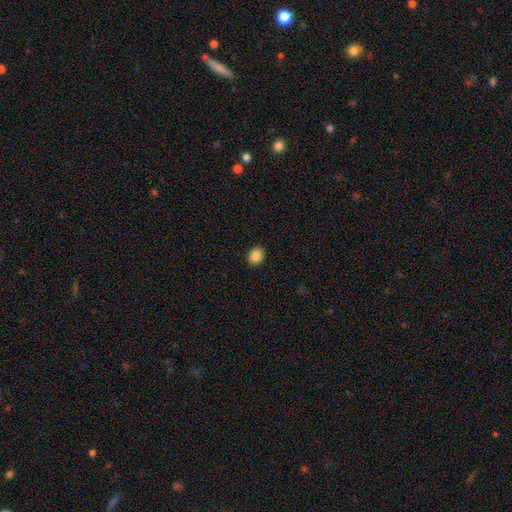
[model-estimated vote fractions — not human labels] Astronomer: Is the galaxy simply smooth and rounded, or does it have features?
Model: smooth — 87%.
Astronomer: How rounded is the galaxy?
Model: round — 64%.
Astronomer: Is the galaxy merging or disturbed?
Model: none — 92%.